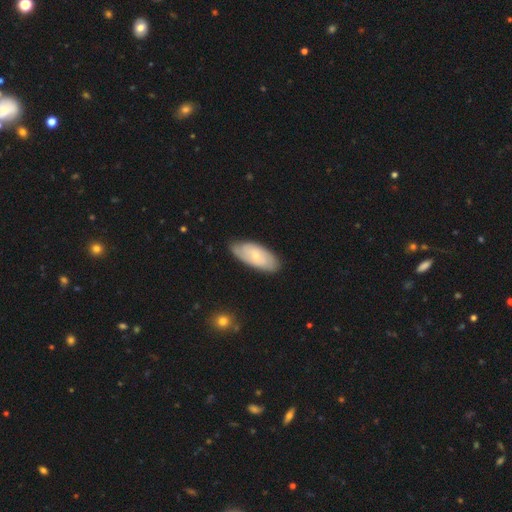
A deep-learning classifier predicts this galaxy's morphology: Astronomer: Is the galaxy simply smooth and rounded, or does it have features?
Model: smooth — 51% (runner-up: featured or disk, 43%).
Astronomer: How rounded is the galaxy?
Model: in between — 87%.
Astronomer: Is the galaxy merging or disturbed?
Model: none — 75%.